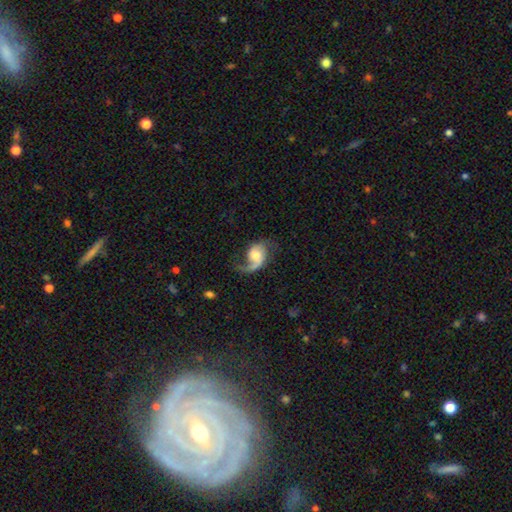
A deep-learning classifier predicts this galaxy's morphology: smooth-or-featured: featured or disk: 81% | smooth: 13% | star or artifact: 6%
  disk-edge-on: no: 98% | yes: 2%
    bar: no: 56% | weak: 36% | strong: 8%
    has-spiral-arms: yes: 95% | no: 5%
      spiral-winding: loose: 60% | medium: 32% | tight: 8%
      spiral-arm-count: 2: 52% | 1: 44% | can't tell: 2% | 3: 1% | 4: 1% | more than 4: 1%
    bulge-size: moderate: 43% | small: 23% | large: 21% | none: 10% | dominant: 3%
  merging: none: 50% | major disturbance: 27% | minor disturbance: 21% | merger: 3%